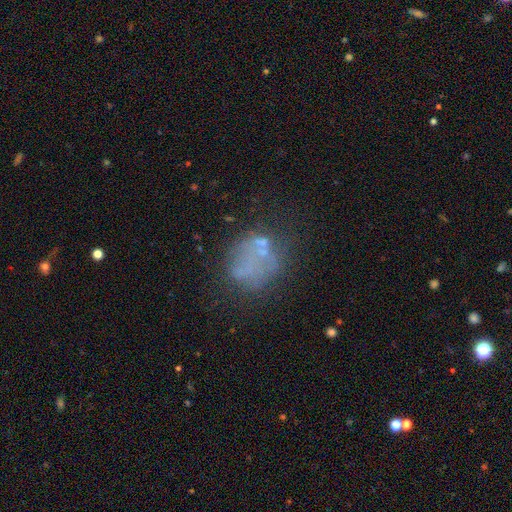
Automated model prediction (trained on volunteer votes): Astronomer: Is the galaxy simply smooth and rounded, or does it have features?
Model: featured or disk — 43% (runner-up: smooth, 36%).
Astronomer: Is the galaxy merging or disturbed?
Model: none — 53%.